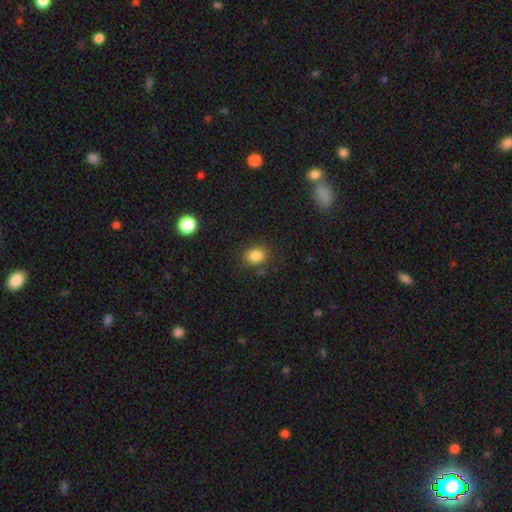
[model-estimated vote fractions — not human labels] smooth-or-featured: smooth: 84% | star or artifact: 11% | featured or disk: 5%
  how-rounded: round: 55% | in between: 44% | cigar-shaped: 1%
  merging: none: 82% | minor disturbance: 12% | major disturbance: 4% | merger: 3%